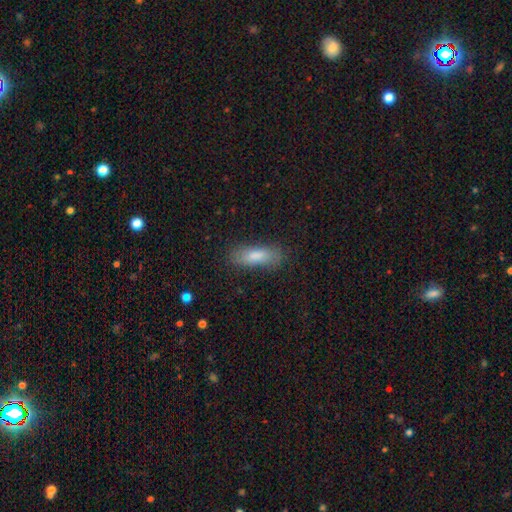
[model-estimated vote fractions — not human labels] smooth-or-featured: smooth: 77% | featured or disk: 15% | star or artifact: 8%
  how-rounded: in between: 50% | cigar-shaped: 48% | round: 2%
  merging: none: 81% | minor disturbance: 14% | major disturbance: 4% | merger: 1%